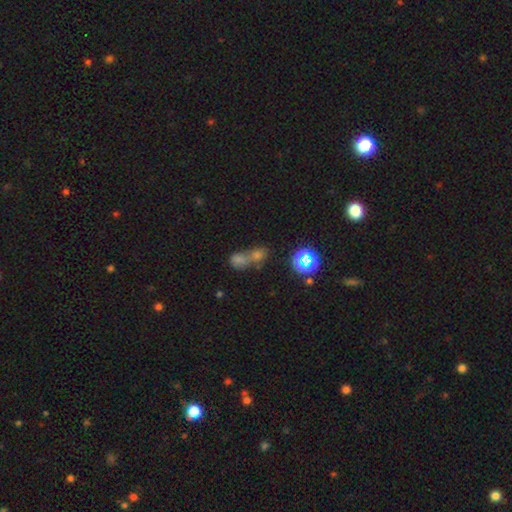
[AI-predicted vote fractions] Smooth or featured? Predicted: smooth (p=0.55). How rounded? Predicted: round (p=0.59). Merging? Predicted: merger (p=0.57).